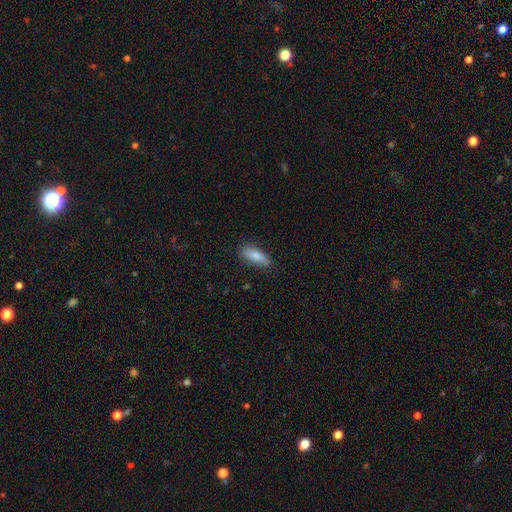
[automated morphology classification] smooth 83%, featured or disk 10%, star or artifact 6%. Down the decision tree: how rounded — in between (65%); merging — none (78%).